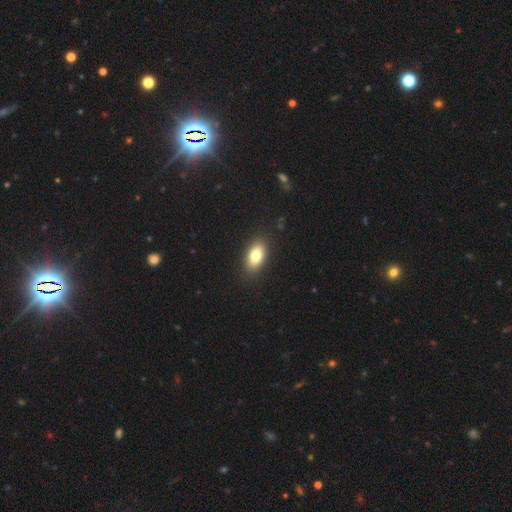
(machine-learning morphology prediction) A smooth galaxy with no disk features (79%) that is in between round and cigar-shaped (91%). Merging: none (88%).